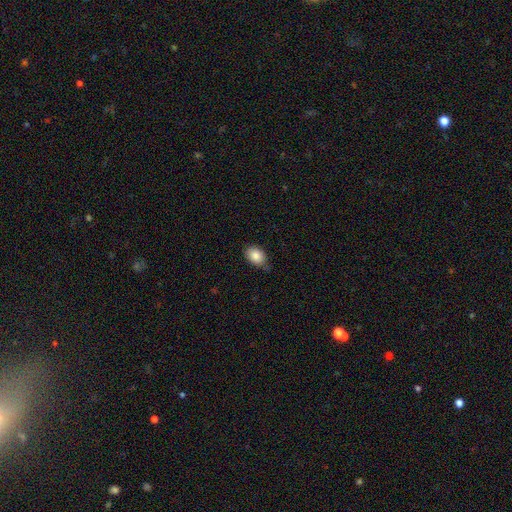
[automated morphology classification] smooth-or-featured: smooth: 86% | star or artifact: 8% | featured or disk: 6%
  how-rounded: in between: 77% | round: 22% | cigar-shaped: 1%
  merging: none: 72% | minor disturbance: 23% | major disturbance: 3% | merger: 2%